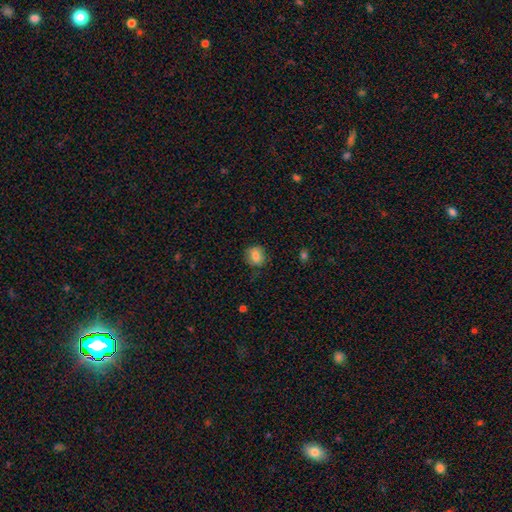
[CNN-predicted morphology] Q: Smooth or featured?
A: smooth (83%); runner-up: star or artifact (9%)
Q: How rounded?
A: round (66%); runner-up: in between (33%)
Q: Merging?
A: none (79%); runner-up: minor disturbance (16%)